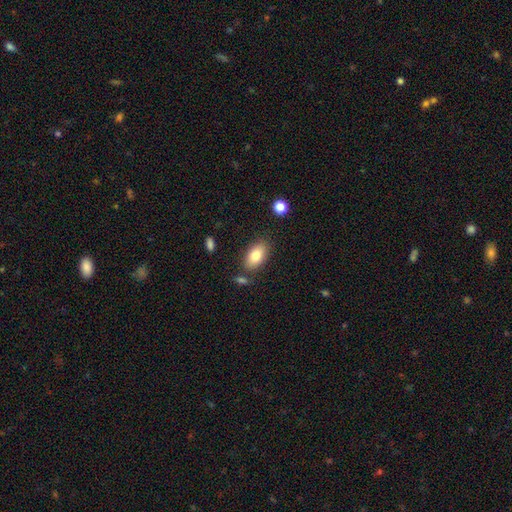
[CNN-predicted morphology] Overall: smooth (81%). How rounded: in between (92%). Merging: none (78%).